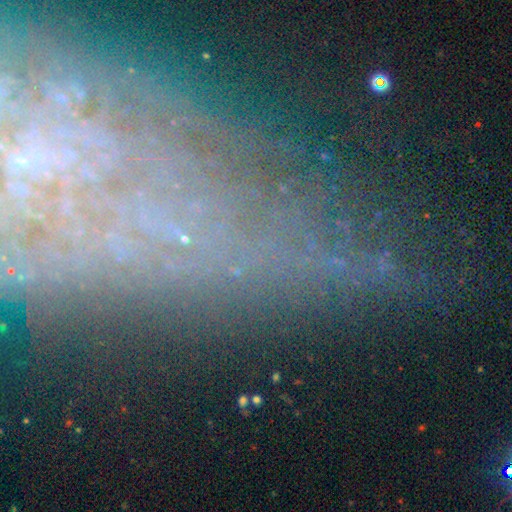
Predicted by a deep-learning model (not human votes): smooth_or_featured: star or artifact (p=0.46) [alt: featured or disk p=0.37]